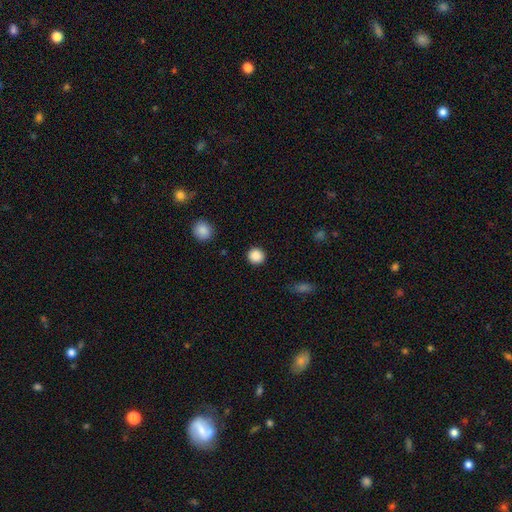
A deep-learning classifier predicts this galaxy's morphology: Smooth or featured? Predicted: smooth (p=0.88). How rounded? Predicted: round (p=0.93). Merging? Predicted: none (p=0.91).